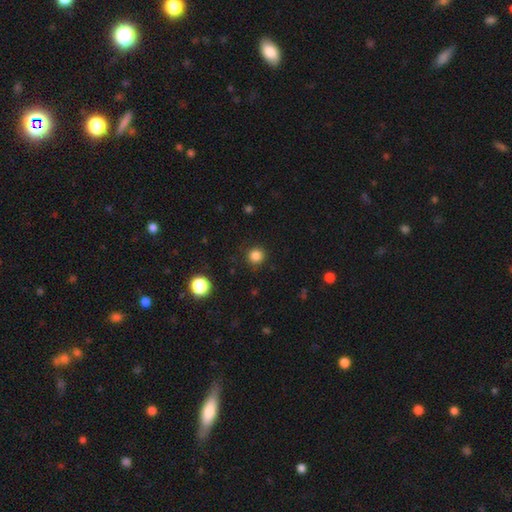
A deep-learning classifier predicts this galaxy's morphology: This is clearly a smooth galaxy (84%). How rounded: clearly round (94%). Merging: clearly none (89%).